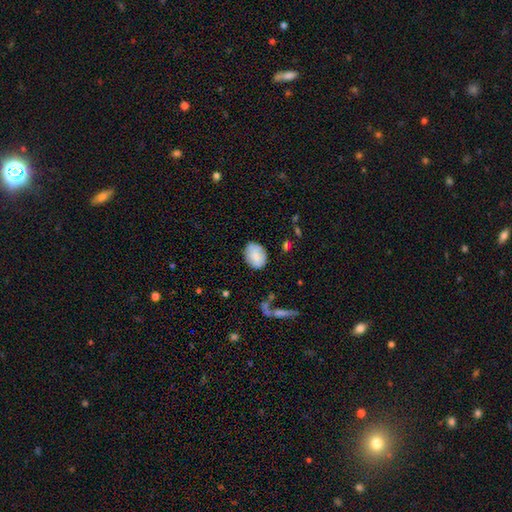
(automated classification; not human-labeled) smooth-or-featured: smooth: 81% | featured or disk: 12% | star or artifact: 7%
  how-rounded: in between: 66% | round: 33% | cigar-shaped: 1%
  merging: none: 78% | minor disturbance: 16% | major disturbance: 4% | merger: 2%